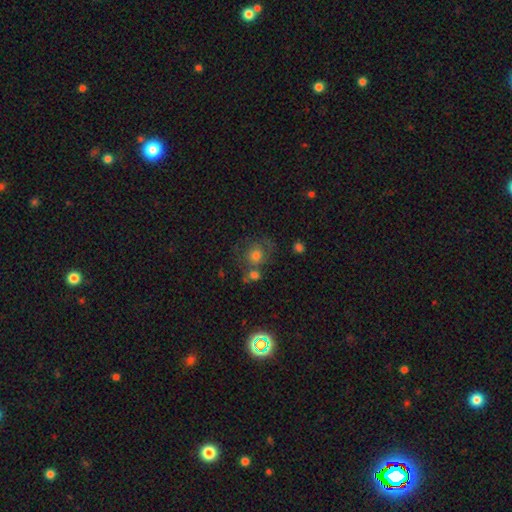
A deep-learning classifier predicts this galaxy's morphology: smooth_or_featured: smooth (p=0.64) [alt: featured or disk p=0.23]
how_rounded: round (p=0.79) [alt: in between p=0.20]
merging: none (p=0.48) [alt: merger p=0.23]